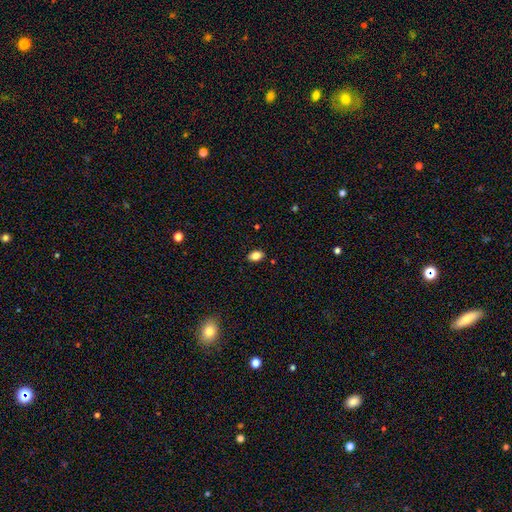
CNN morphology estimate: A smooth galaxy with no disk features (84%) that is in between round and cigar-shaped (86%).

Vote fractions:
- Smooth or featured? smooth: 84% / star or artifact: 9% / featured or disk: 7%
- How rounded? in between: 86% / round: 13% / cigar-shaped: 2%
- Merging? none: 87% / minor disturbance: 10% / major disturbance: 2% / merger: 1%